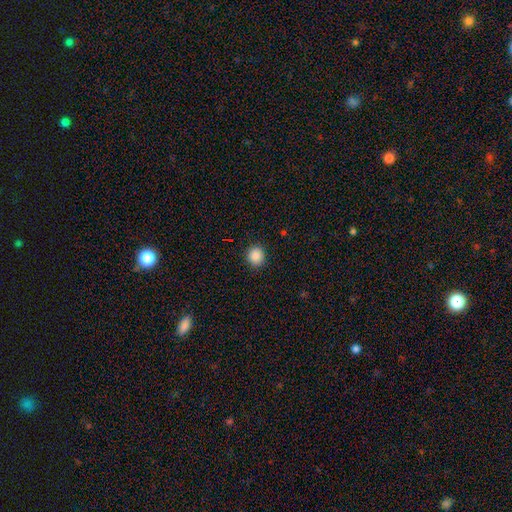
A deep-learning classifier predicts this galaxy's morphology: smooth_or_featured: smooth (p=0.88) [alt: star or artifact p=0.09]
how_rounded: round (p=0.86) [alt: in between p=0.13]
merging: none (p=0.91) [alt: minor disturbance p=0.06]